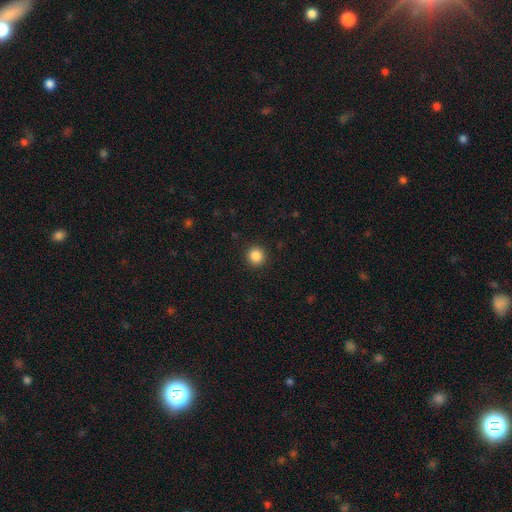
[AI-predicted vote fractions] Smooth or featured: smooth — 87% (star or artifact — 10%)
How rounded: round — 93% (in between — 6%)
Merging: none — 92% (minor disturbance — 5%)